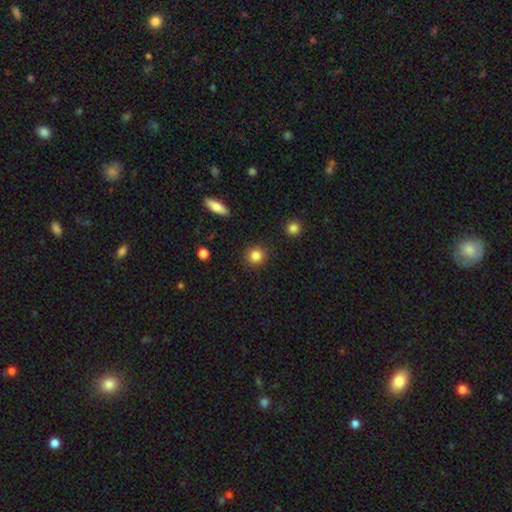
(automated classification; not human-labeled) Morphology: type=smooth (85%); roundness=round (91%); merging=none (91%).